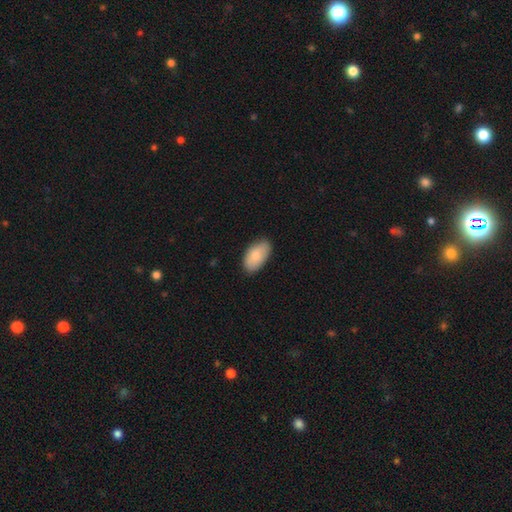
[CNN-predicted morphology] Smooth or featured?
  - smooth: 83% *
  - featured or disk: 12%
  - star or artifact: 6%
How rounded?
  - in between: 95% *
  - round: 3%
  - cigar-shaped: 2%
Merging?
  - none: 84% *
  - minor disturbance: 13%
  - major disturbance: 2%
  - merger: 1%